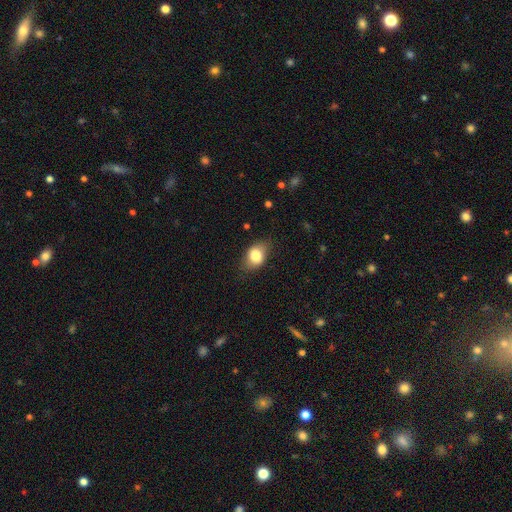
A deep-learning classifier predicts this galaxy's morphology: type=smooth (78%); roundness=in between (72%); merging=none (74%).